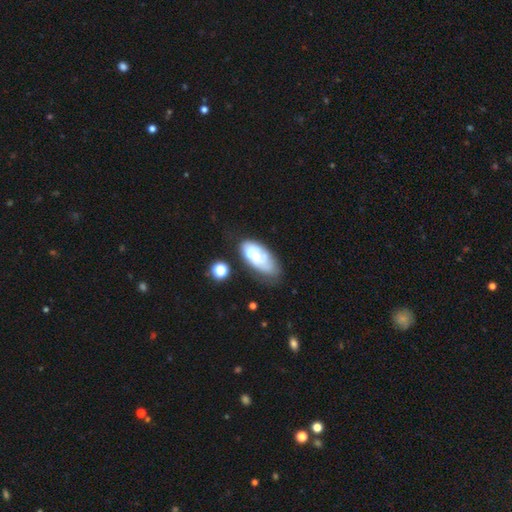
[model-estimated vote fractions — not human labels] featured or disk 46% (tied), smooth 46% (tied), star or artifact 8%. Down the decision tree: merging — none (51%).